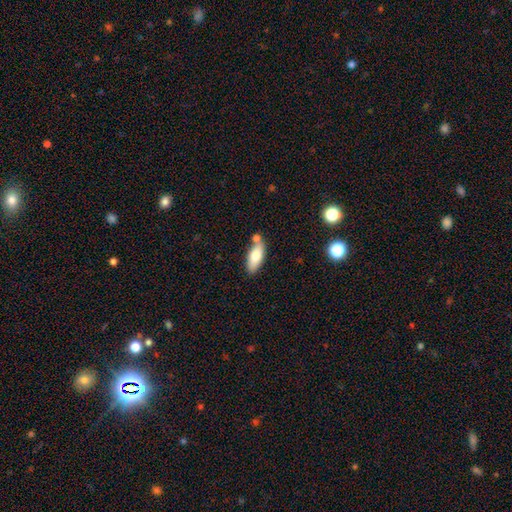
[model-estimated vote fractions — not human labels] Smooth or featured: smooth — 76% (featured or disk — 17%)
How rounded: in between — 78% (cigar-shaped — 20%)
Merging: none — 63% (merger — 18%)